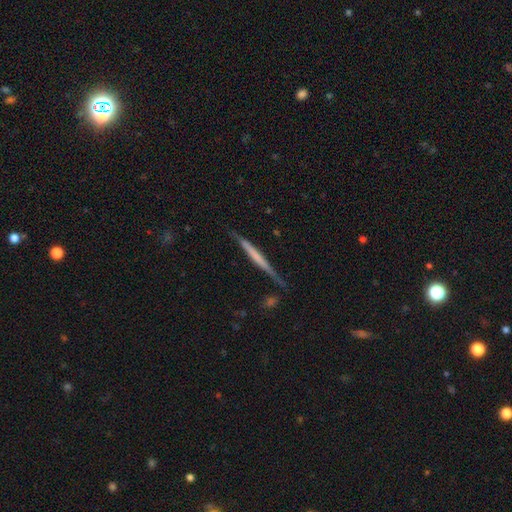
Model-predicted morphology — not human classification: Smooth or featured? featured or disk (58%)
Edge-on disk? yes (96%)
Edge-on bulge? none (76%)
Merging? none (79%)